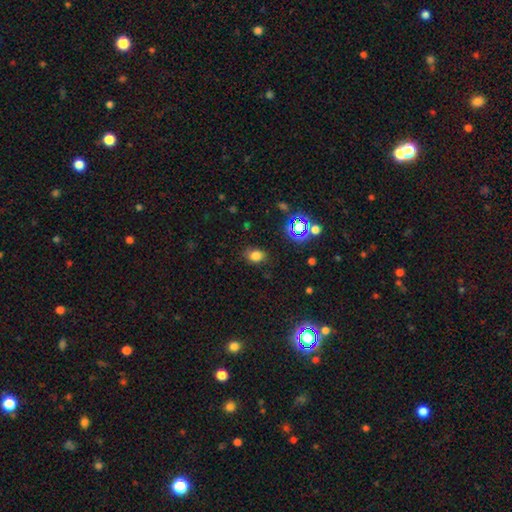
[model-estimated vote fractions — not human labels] This appears to be a smooth galaxy with no disk features (74%) that is in between round and cigar-shaped (61%). Merging: none (79%).